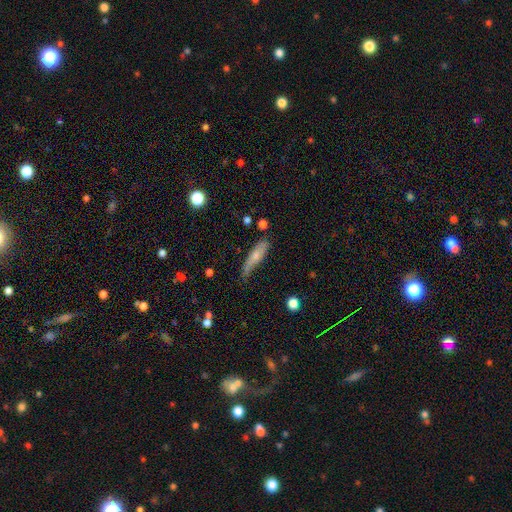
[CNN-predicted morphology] Smooth or featured?
  - smooth: 64% *
  - featured or disk: 30%
  - star or artifact: 7%
How rounded?
  - cigar-shaped: 70% *
  - in between: 28%
  - round: 2%
Merging?
  - none: 53% *
  - minor disturbance: 35%
  - major disturbance: 9%
  - merger: 3%